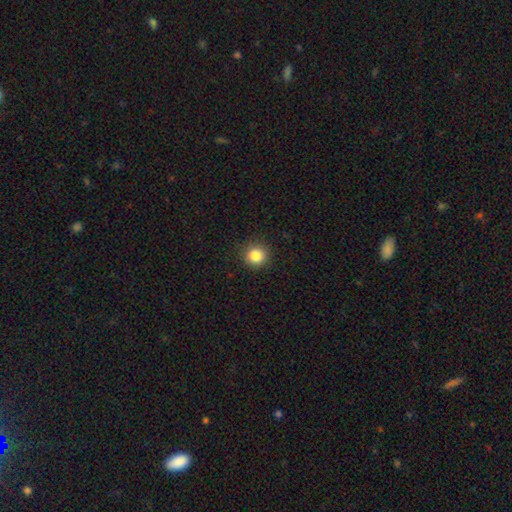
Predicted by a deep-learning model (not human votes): smooth_or_featured: smooth (p=0.84) [alt: star or artifact p=0.11]
how_rounded: round (p=0.93) [alt: in between p=0.06]
merging: none (p=0.90) [alt: minor disturbance p=0.07]